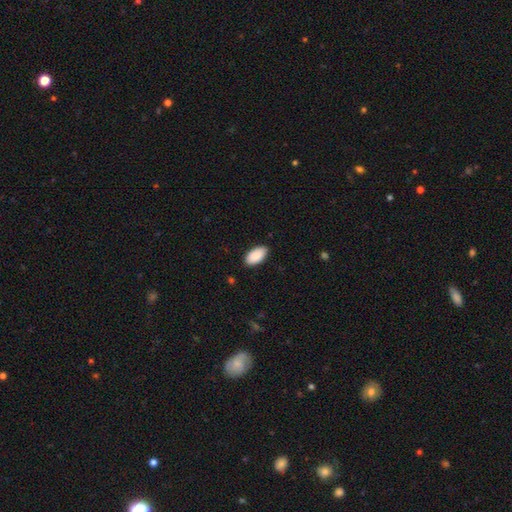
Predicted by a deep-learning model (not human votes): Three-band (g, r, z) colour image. It shows a smooth galaxy with no disk features (91%) that is in between round and cigar-shaped (95%). Merging: none (87%).